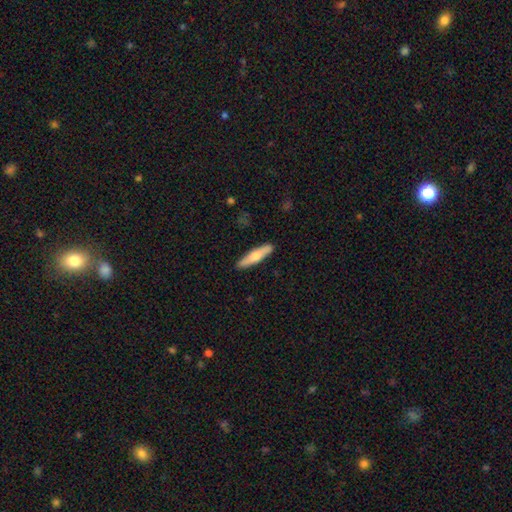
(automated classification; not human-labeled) Smooth or featured: smooth — 53% (featured or disk — 41%)
How rounded: cigar-shaped — 82% (in between — 16%)
Merging: none — 90% (minor disturbance — 7%)